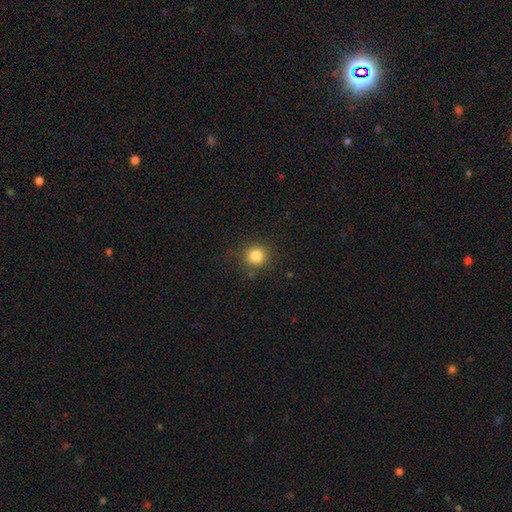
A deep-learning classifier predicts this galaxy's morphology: smooth 83%, star or artifact 12%, featured or disk 5%. Down the decision tree: how rounded — round (91%); merging — none (84%).